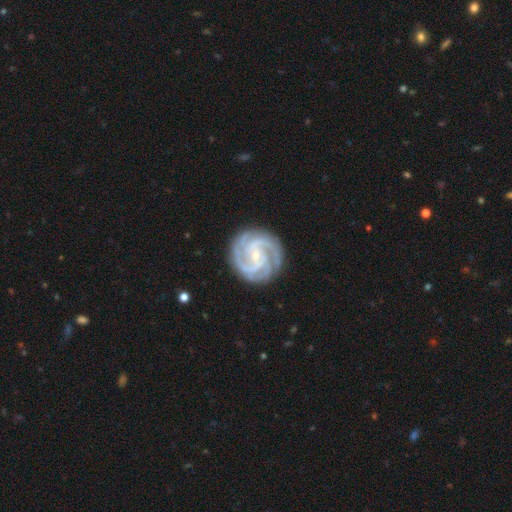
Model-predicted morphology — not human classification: A featured or disk galaxy (93%) with no bar (55%), 3 (44%) tight (65%) spiral arms (99%) and a small central bulge (83%).

Vote fractions:
- Smooth or featured? featured or disk: 93% / star or artifact: 4% / smooth: 3%
- Edge-on disk? no: 98% / yes: 2%
- Bar? no: 55% / weak: 30% / strong: 15%
- Spiral arms? yes: 99% / no: 1%
- Spiral winding? tight: 65% / medium: 31% / loose: 3%
- Spiral arm count? 3: 44% / 2: 23% / 4: 15% / can't tell: 7% / more than 4: 5% / 1: 5%
- Bulge size? small: 83% / moderate: 14% / none: 2% / large: 1% / dominant: 1%
- Merging? none: 84% / minor disturbance: 12% / major disturbance: 3% / merger: 1%